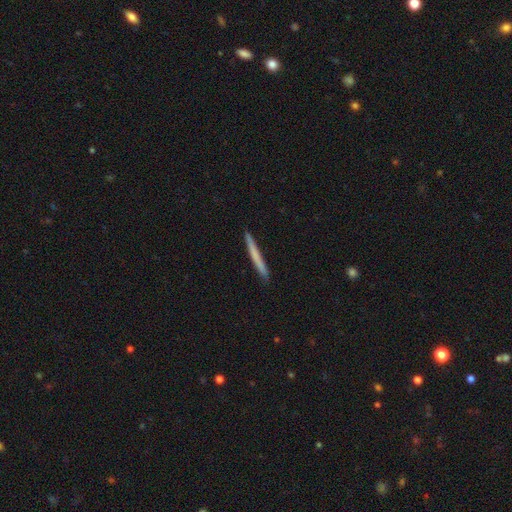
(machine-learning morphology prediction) Smooth or featured?
  - smooth: 63% *
  - featured or disk: 31%
  - star or artifact: 5%
How rounded?
  - cigar-shaped: 97% *
  - in between: 2%
  - round: 1%
Merging?
  - none: 91% *
  - minor disturbance: 6%
  - major disturbance: 1%
  - merger: 1%